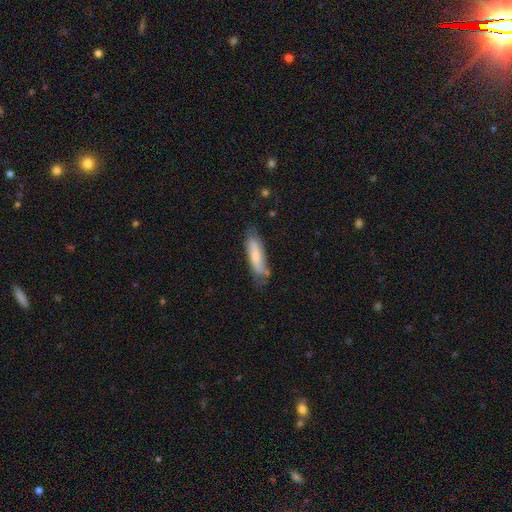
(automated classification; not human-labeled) smooth 59%, featured or disk 34%, star or artifact 7%. Down the decision tree: how rounded — cigar-shaped (64%); merging — none (63%).